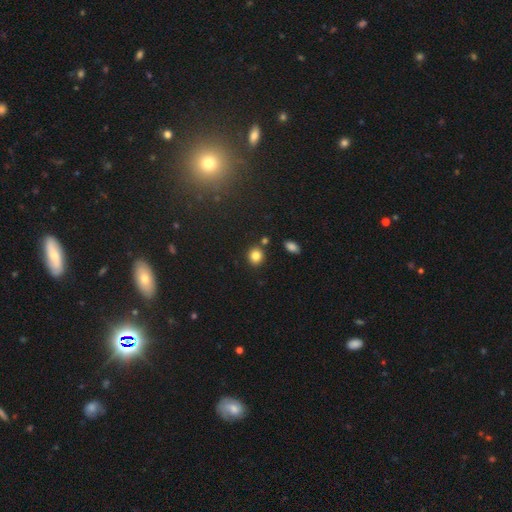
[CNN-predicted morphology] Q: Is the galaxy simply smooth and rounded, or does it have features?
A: smooth — 83%.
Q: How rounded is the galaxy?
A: round — 81%.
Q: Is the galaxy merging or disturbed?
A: none — 83%.